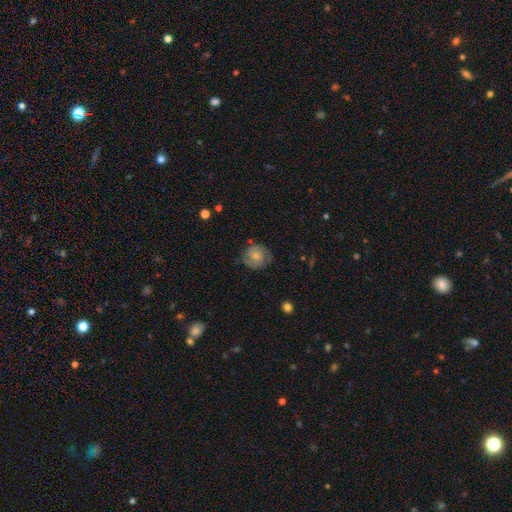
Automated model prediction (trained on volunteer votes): A smooth galaxy with no disk features (53%) that is round (85%).

Vote fractions:
- Smooth or featured? smooth: 53% / featured or disk: 39% / star or artifact: 8%
- How rounded? round: 85% / in between: 14% / cigar-shaped: 1%
- Merging? none: 67% / minor disturbance: 23% / major disturbance: 8% / merger: 2%